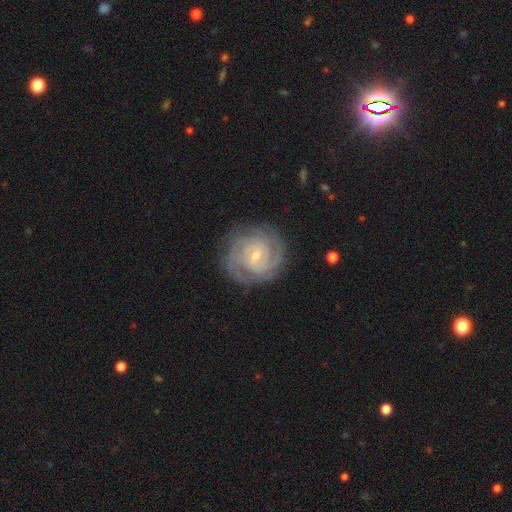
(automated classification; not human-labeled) Smooth or featured? Predicted: featured or disk (p=0.87). Edge-on disk? Predicted: no (p=0.98). Bar? Predicted: weak (p=0.51). Spiral arms? Predicted: yes (p=0.97). Spiral winding? Predicted: tight (p=0.77). Spiral arm count? Predicted: can't tell (p=0.24). Bulge size? Predicted: small (p=0.75). Merging? Predicted: none (p=0.82).